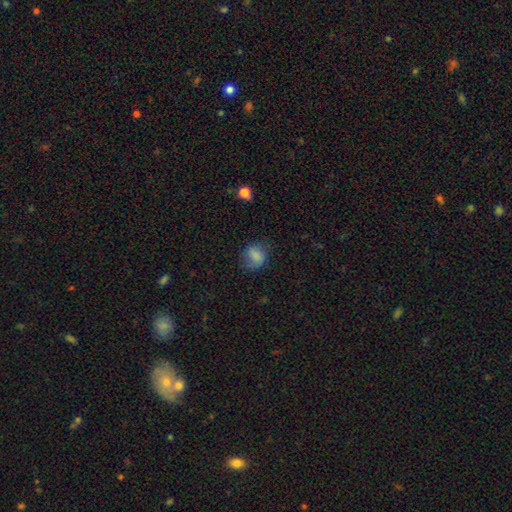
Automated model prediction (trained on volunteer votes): smooth 77%, featured or disk 13%, star or artifact 10%. Down the decision tree: how rounded — round (52%); merging — none (59%).